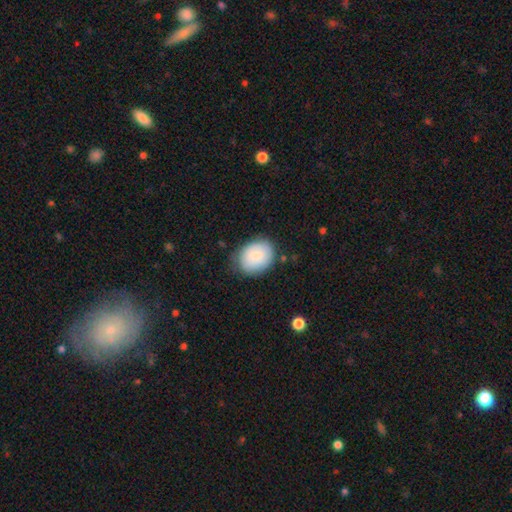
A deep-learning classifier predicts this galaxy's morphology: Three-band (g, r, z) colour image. It shows a smooth galaxy with no disk features (82%) that is in between round and cigar-shaped (59%). Merging: none (72%).